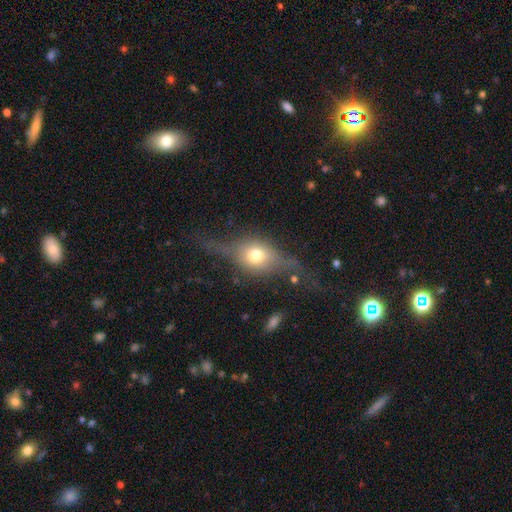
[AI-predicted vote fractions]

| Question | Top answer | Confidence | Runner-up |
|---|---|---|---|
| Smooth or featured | featured or disk | 63% | smooth (28%) |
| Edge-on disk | yes | 88% | no (12%) |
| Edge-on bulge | rounded | 95% | boxy (4%) |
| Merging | none | 64% | minor disturbance (19%) |